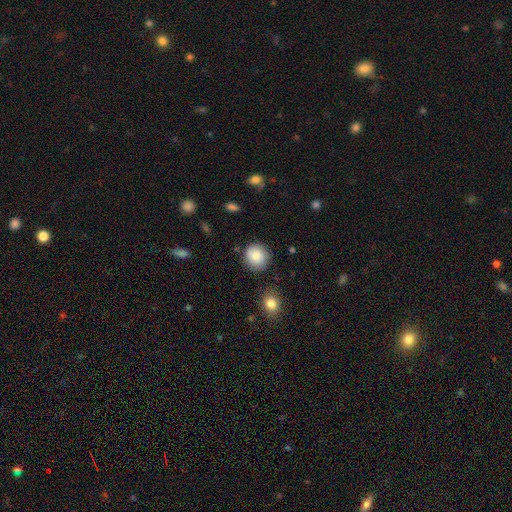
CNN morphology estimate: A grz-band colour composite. It shows a smooth galaxy with no disk features (83%) that is round (91%). Merging: none (84%).